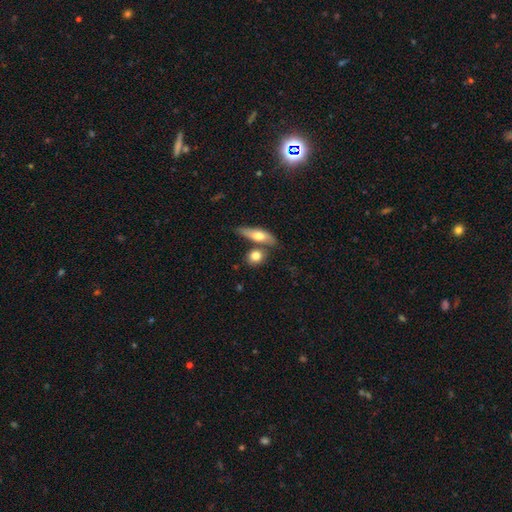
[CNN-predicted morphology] smooth-or-featured: smooth: 77% | featured or disk: 16% | star or artifact: 7%
  how-rounded: round: 46% | in between: 42% | cigar-shaped: 13%
  merging: none: 58% | merger: 27% | minor disturbance: 11% | major disturbance: 4%